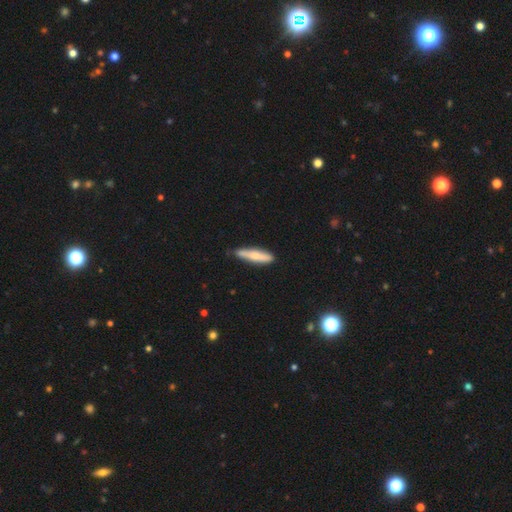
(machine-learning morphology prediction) A smooth galaxy with no disk features (64%) that is cigar-shaped (83%). Merging: none (80%).